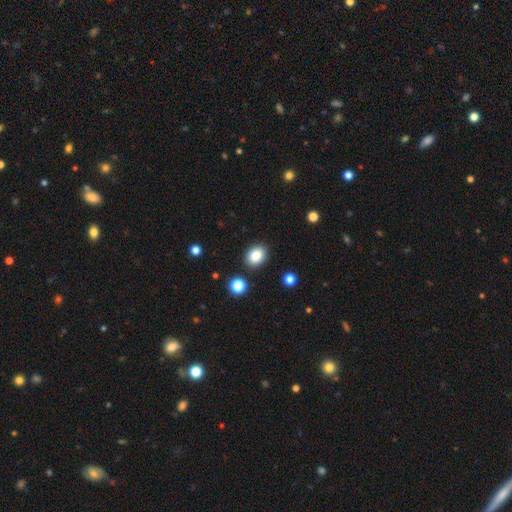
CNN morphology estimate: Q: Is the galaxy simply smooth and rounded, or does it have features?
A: smooth — 85%.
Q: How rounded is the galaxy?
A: in between — 59%.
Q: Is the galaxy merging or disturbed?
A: none — 87%.